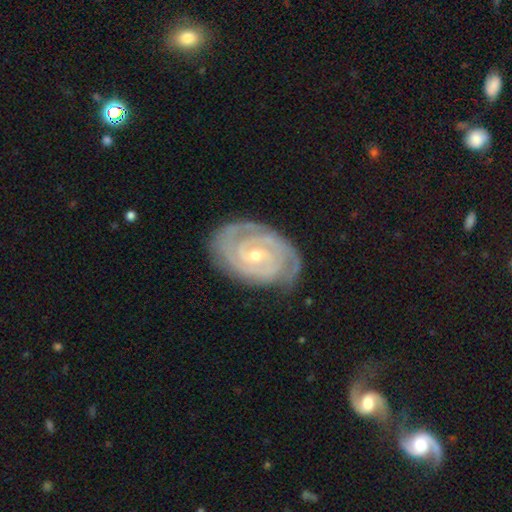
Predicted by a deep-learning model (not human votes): Smooth or featured: featured or disk — 91% (smooth — 5%)
Edge-on disk: no — 97% (yes — 3%)
Bar: no — 44% (weak — 42%)
Spiral arms: yes — 98% (no — 2%)
Spiral winding: tight — 82% (medium — 16%)
Spiral arm count: 2 — 50% (3 — 20%)
Bulge size: small — 65% (moderate — 33%)
Merging: none — 78% (minor disturbance — 17%)